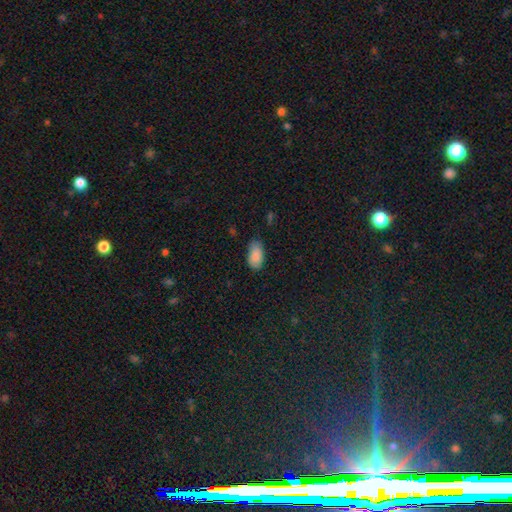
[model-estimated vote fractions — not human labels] Overall: smooth (88%). How rounded: in between (94%). Merging: none (72%).